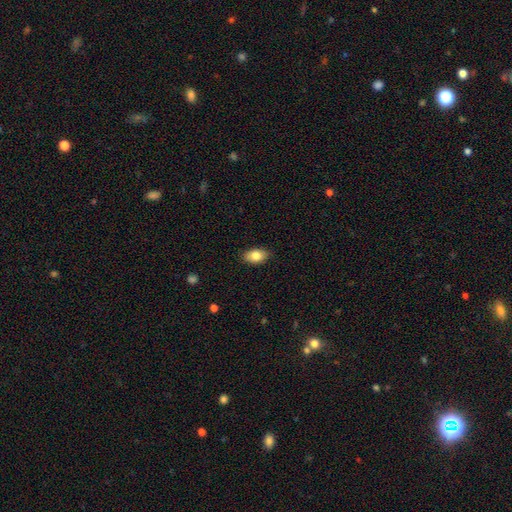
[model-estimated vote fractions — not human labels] smooth_or_featured: smooth (p=0.83) [alt: featured or disk p=0.10]
how_rounded: in between (p=0.90) [alt: round p=0.08]
merging: none (p=0.87) [alt: minor disturbance p=0.10]